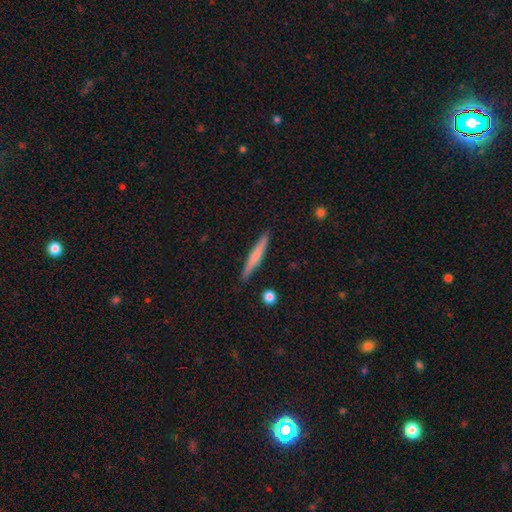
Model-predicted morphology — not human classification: Overall: smooth (57%; featured or disk 38%). How rounded: cigar-shaped (95%). Merging: none (89%).